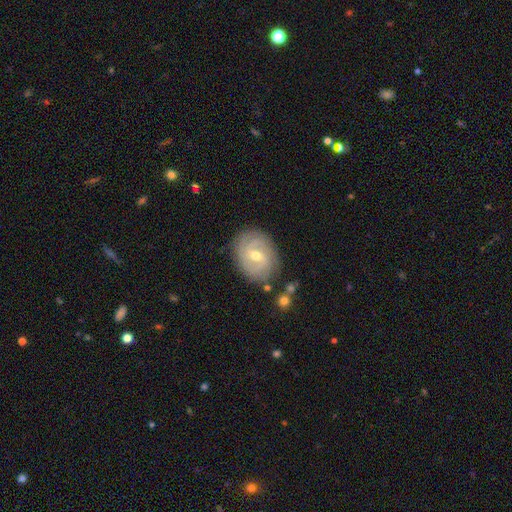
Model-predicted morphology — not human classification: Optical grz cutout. It shows a featured or disk galaxy (81%) with a weak bar (52%), 2 (34%) tight (64%) spiral arms (93%) and a moderate central bulge (56%). Merging: none (81%).